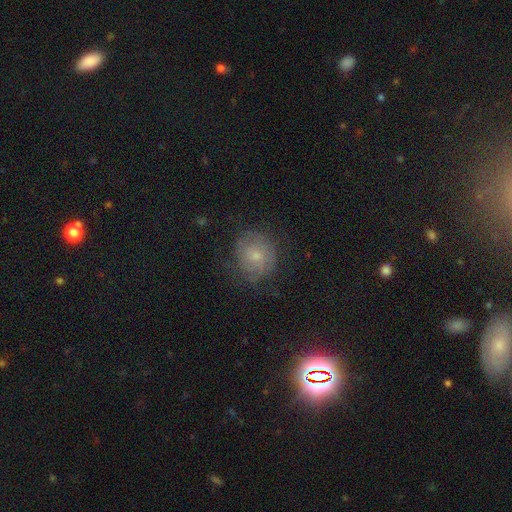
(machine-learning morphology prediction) Smooth or featured? smooth (55%)
How rounded? round (81%)
Merging? none (68%)